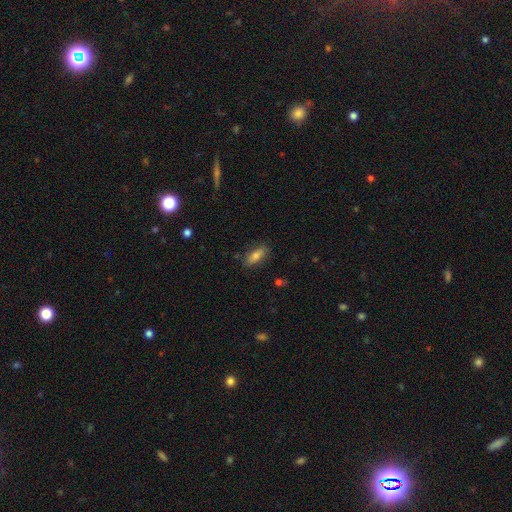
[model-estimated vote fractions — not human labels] smooth-or-featured: smooth: 73% | featured or disk: 19% | star or artifact: 8%
  how-rounded: in between: 76% | cigar-shaped: 20% | round: 3%
  merging: none: 82% | minor disturbance: 14% | major disturbance: 3% | merger: 2%